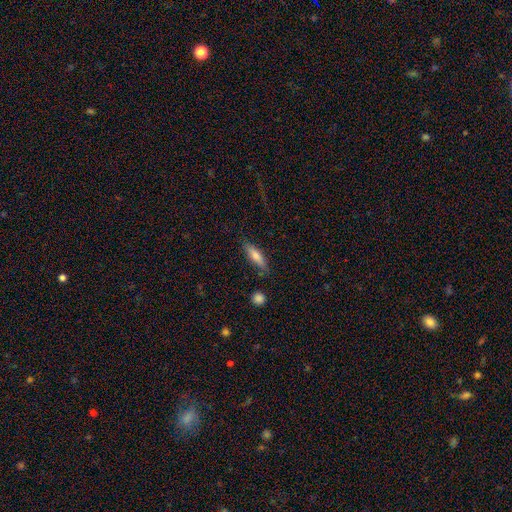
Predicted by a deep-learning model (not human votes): Morphology: type=smooth (69%); roundness=cigar-shaped (64%); merging=none (78%).